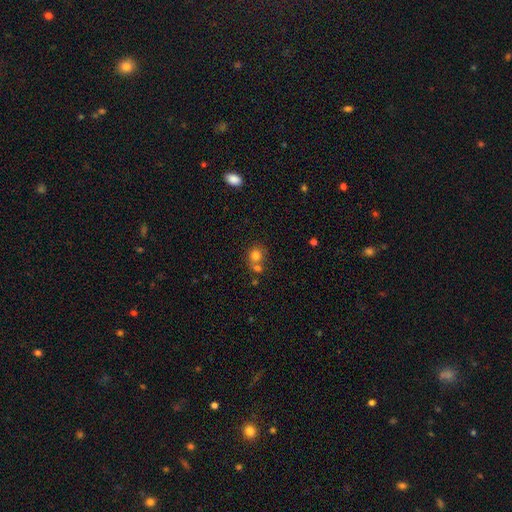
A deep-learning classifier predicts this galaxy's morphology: Q: Smooth or featured?
A: smooth (78%); runner-up: star or artifact (13%)
Q: How rounded?
A: round (82%); runner-up: in between (17%)
Q: Merging?
A: none (51%); runner-up: merger (36%)